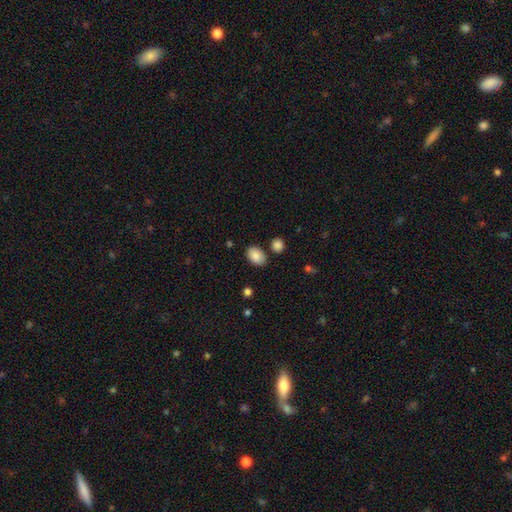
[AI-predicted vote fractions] This appears to be a smooth galaxy with no disk features (87%) that is in between round and cigar-shaped (85%). Merging: none (81%).